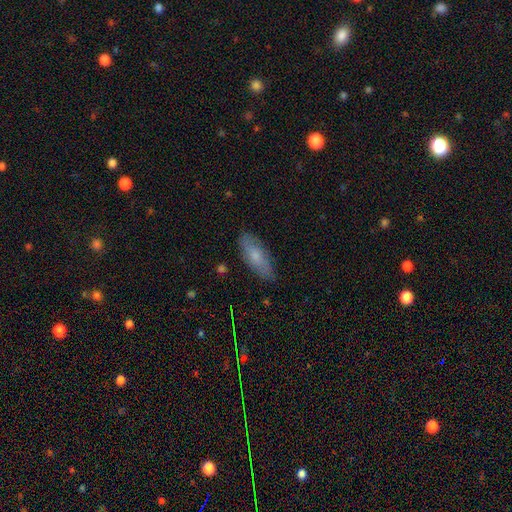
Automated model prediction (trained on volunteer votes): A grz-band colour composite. It shows a smooth galaxy with no disk features (70%) that is in between round and cigar-shaped (70%). Merging: none (83%).